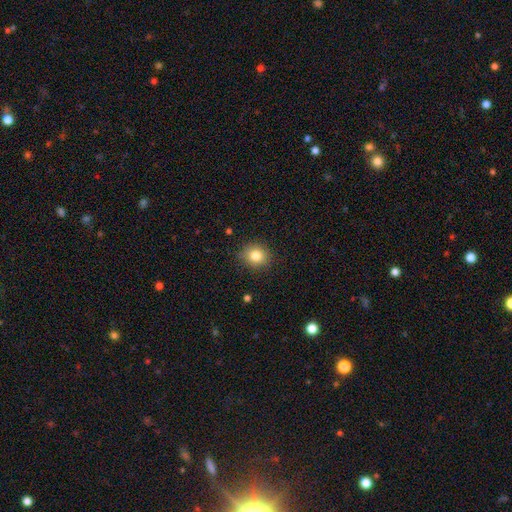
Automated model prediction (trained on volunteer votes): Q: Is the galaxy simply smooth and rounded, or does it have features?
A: smooth — 82%.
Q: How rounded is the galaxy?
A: round — 75%.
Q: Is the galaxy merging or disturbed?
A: none — 87%.